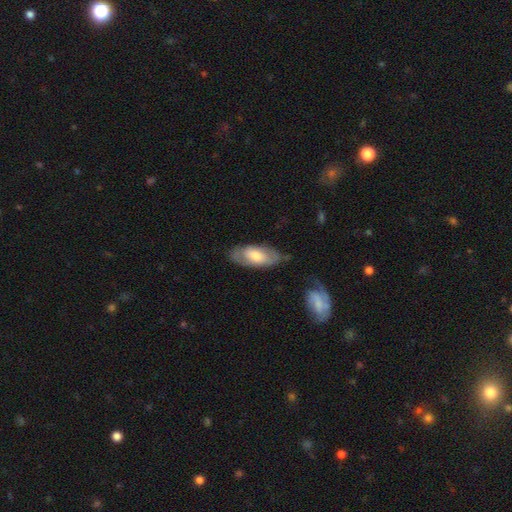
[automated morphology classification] This appears to be a smooth galaxy with no disk features (58%) that is in between round and cigar-shaped (82%). Merging: none (72%).